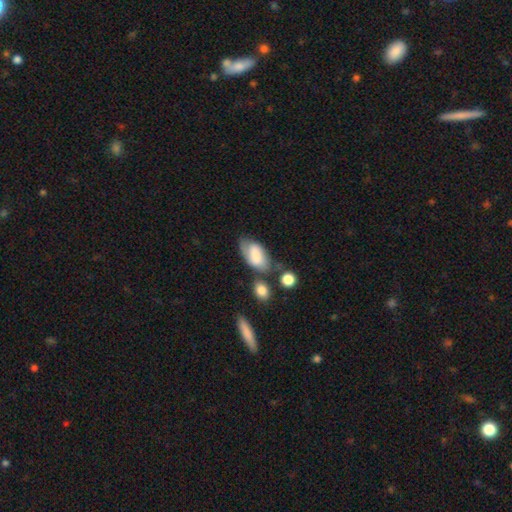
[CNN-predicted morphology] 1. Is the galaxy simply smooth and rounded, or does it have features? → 66% smooth, 27% featured or disk, 8% star or artifact.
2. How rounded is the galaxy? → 92% in between, 4% round, 3% cigar-shaped.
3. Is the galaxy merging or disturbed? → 44% none, 27% minor disturbance, 17% merger, 13% major disturbance.